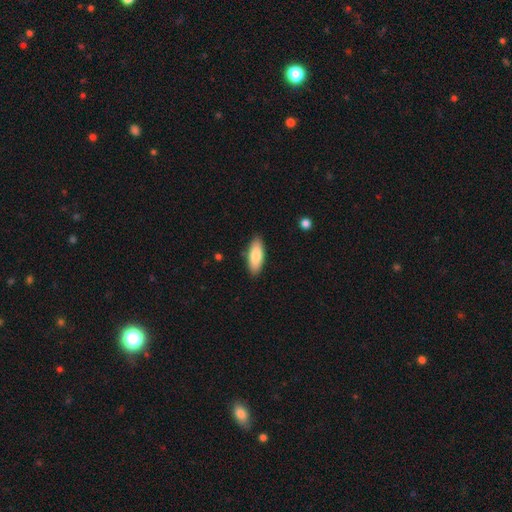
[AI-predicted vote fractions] Smooth or featured? Predicted: smooth (p=0.81). How rounded? Predicted: in between (p=0.71). Merging? Predicted: none (p=0.88).